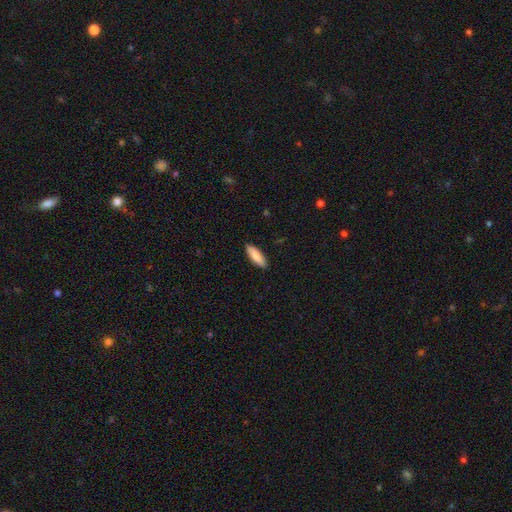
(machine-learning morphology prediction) The model was most divided on "how rounded": in between: 55%, cigar-shaped: 43%, round: 2%. More confident: merging — none (90%); smooth or featured — smooth (85%).